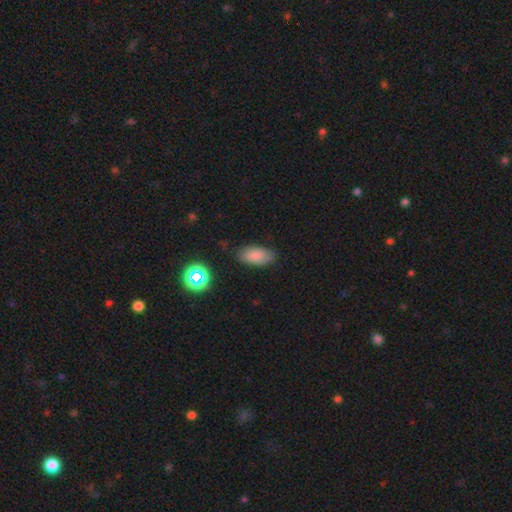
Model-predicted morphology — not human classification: smooth_or_featured: smooth (p=0.79) [alt: featured or disk p=0.11]
how_rounded: in between (p=0.92) [alt: cigar-shaped p=0.05]
merging: none (p=0.81) [alt: minor disturbance p=0.15]